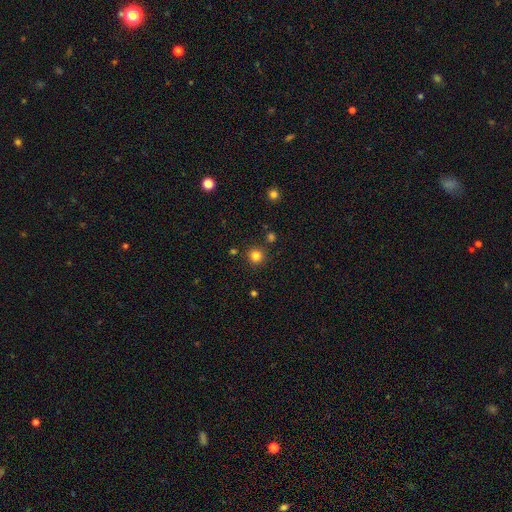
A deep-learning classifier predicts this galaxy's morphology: smooth-or-featured: smooth: 82% | star or artifact: 14% | featured or disk: 5%
  how-rounded: round: 94% | in between: 5% | cigar-shaped: 1%
  merging: none: 88% | minor disturbance: 6% | merger: 4% | major disturbance: 2%